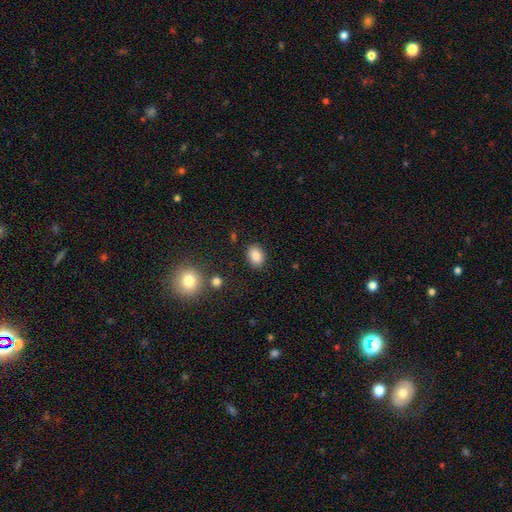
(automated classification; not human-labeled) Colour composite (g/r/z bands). It shows a smooth galaxy with no disk features (86%) that is in between round and cigar-shaped (71%). Merging: none (86%).